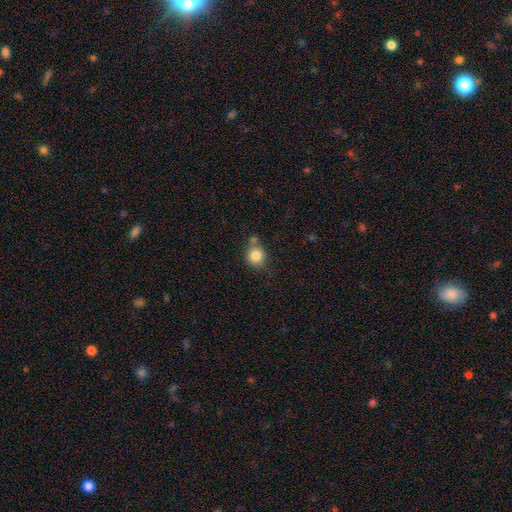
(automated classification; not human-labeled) Smooth or featured: smooth — 83% (star or artifact — 10%)
How rounded: round — 88% (in between — 11%)
Merging: none — 64% (merger — 19%)